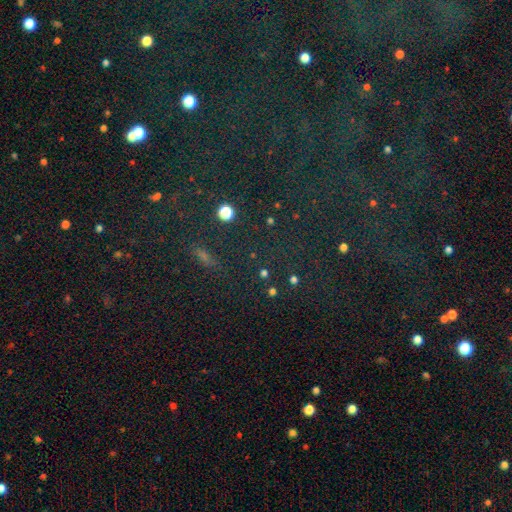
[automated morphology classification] Smooth or featured?
  - star or artifact: 78% *
  - smooth: 14%
  - featured or disk: 8%